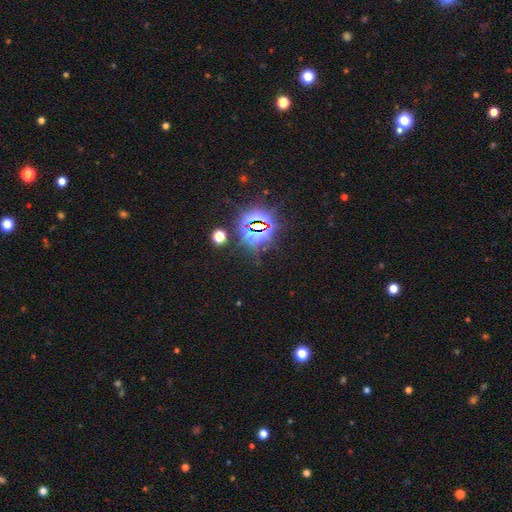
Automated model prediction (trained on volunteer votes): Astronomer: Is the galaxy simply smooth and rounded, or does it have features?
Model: star or artifact — 83%.